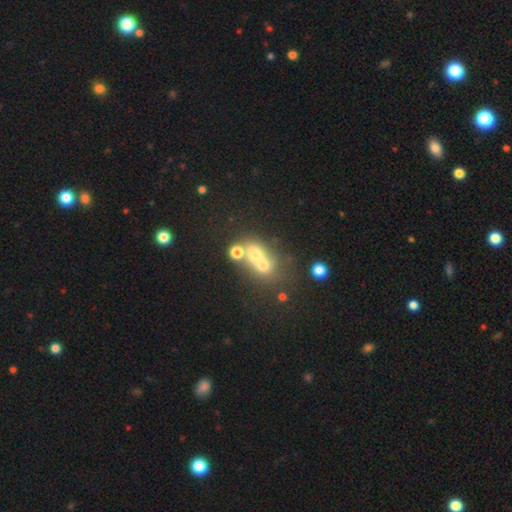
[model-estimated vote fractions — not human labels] smooth_or_featured: smooth (p=0.53) [alt: featured or disk p=0.28]
how_rounded: round (p=0.60) [alt: in between p=0.38]
merging: merger (p=0.60) [alt: none p=0.28]